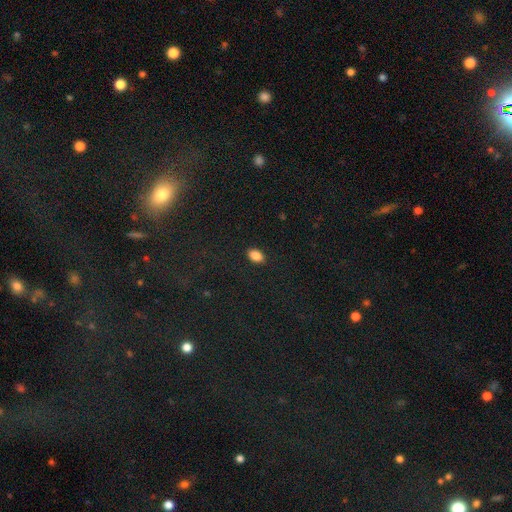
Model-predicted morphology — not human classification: smooth 86%, star or artifact 9%, featured or disk 5%. Down the decision tree: how rounded — in between (88%); merging — none (89%).